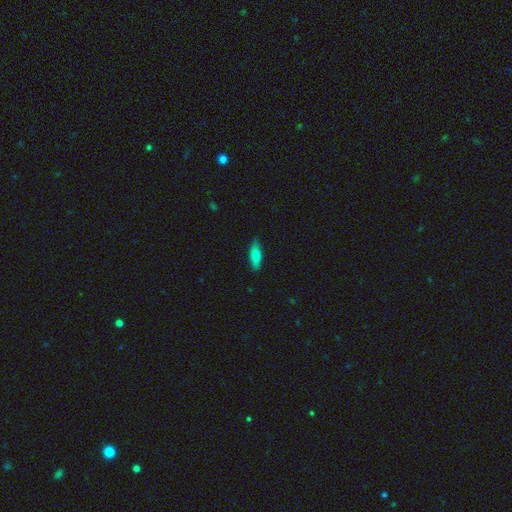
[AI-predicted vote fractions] Overall: smooth (80%). How rounded: in between (51%; cigar-shaped 47%). Merging: none (83%).